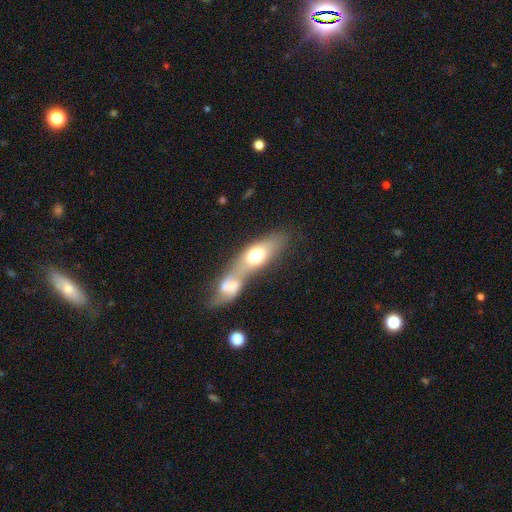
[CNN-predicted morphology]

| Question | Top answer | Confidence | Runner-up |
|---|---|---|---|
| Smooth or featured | smooth | 60% | featured or disk (34%) |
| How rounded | in between | 71% | cigar-shaped (22%) |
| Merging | merger | 66% | none (22%) |